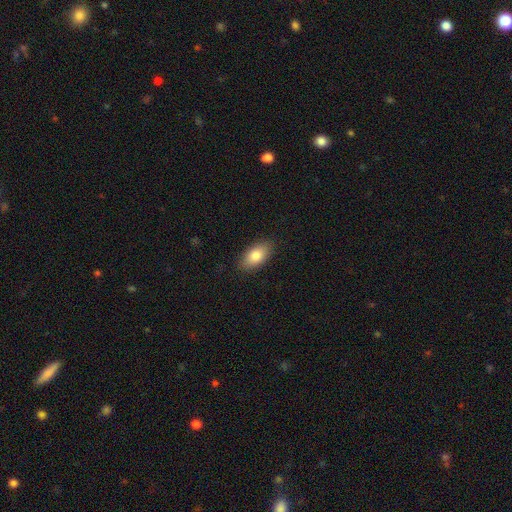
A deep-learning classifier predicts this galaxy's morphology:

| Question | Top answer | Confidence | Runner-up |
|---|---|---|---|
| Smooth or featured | smooth | 82% | featured or disk (11%) |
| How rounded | in between | 92% | cigar-shaped (4%) |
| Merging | none | 87% | minor disturbance (9%) |